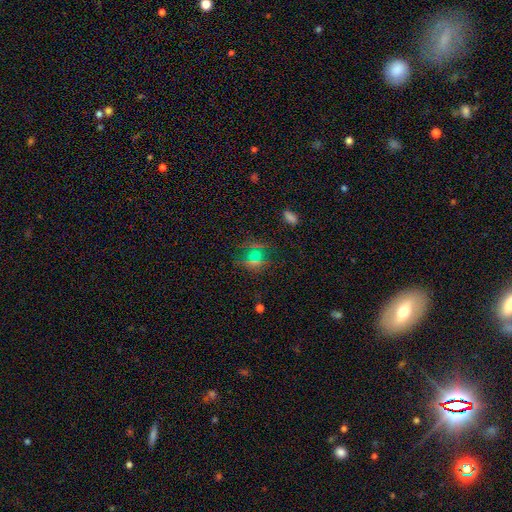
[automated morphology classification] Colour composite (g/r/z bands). It shows a smooth galaxy with no disk features (46%). Merging: none (73%).